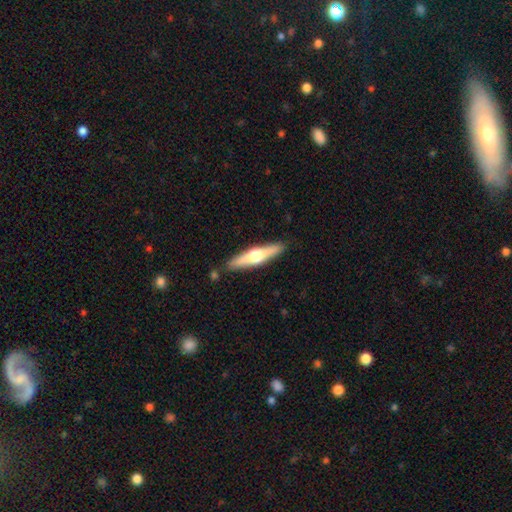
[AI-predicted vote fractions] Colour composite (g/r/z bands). It shows a featured or disk galaxy (55%) viewed edge-on (95%) with a rounded central bulge (91%). Merging: none (86%).